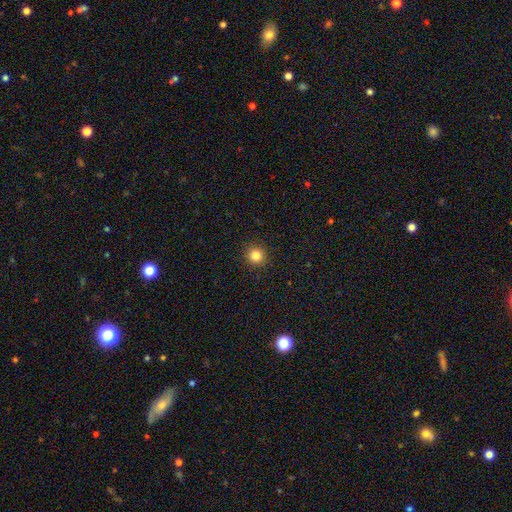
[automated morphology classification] smooth-or-featured: smooth: 83% | star or artifact: 12% | featured or disk: 5%
  how-rounded: round: 94% | in between: 5% | cigar-shaped: 1%
  merging: none: 92% | minor disturbance: 5% | major disturbance: 2% | merger: 1%